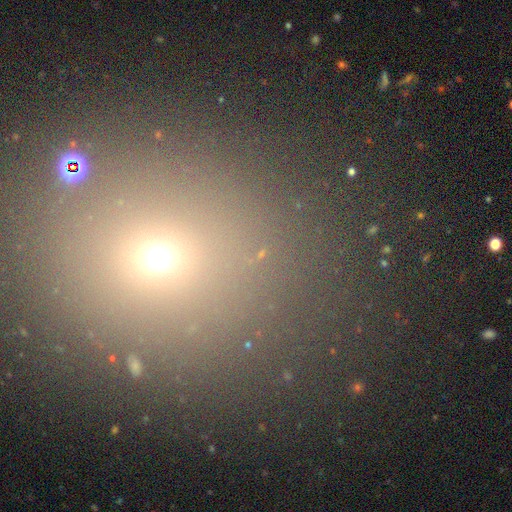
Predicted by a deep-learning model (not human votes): A smooth galaxy with no disk features (57%) that is round (75%). Merging: none (83%).